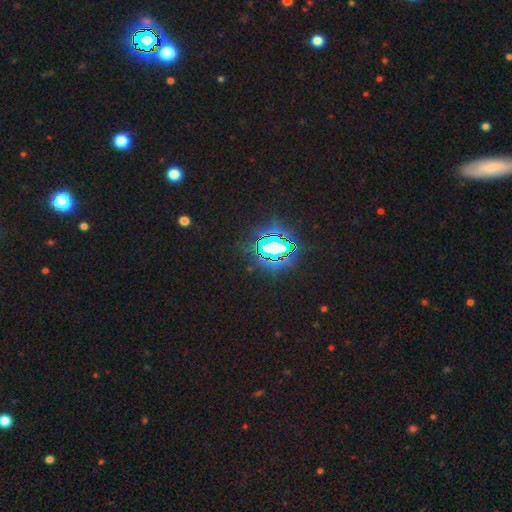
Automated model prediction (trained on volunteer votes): smooth_or_featured: star or artifact (p=0.82) [alt: smooth p=0.10]